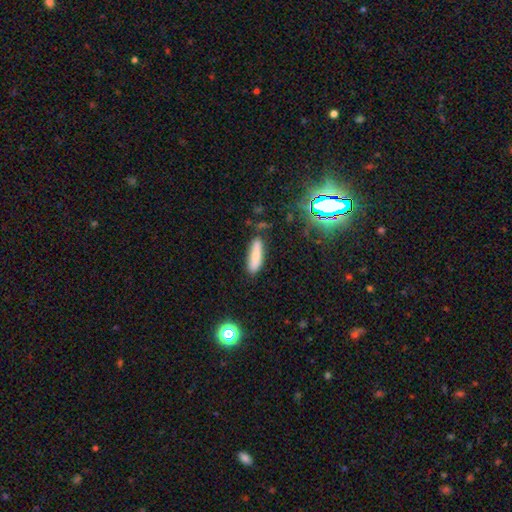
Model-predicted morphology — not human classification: The model was most divided on "how rounded": cigar-shaped: 63%, in between: 35%, round: 2%. More confident: merging — none (79%); smooth or featured — smooth (72%).